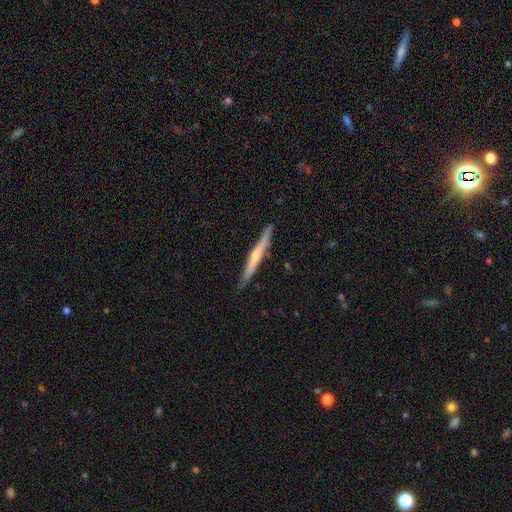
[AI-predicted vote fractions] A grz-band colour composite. It shows a featured or disk galaxy (69%) viewed edge-on (97%) with a rounded central bulge (76%). Merging: none (90%).